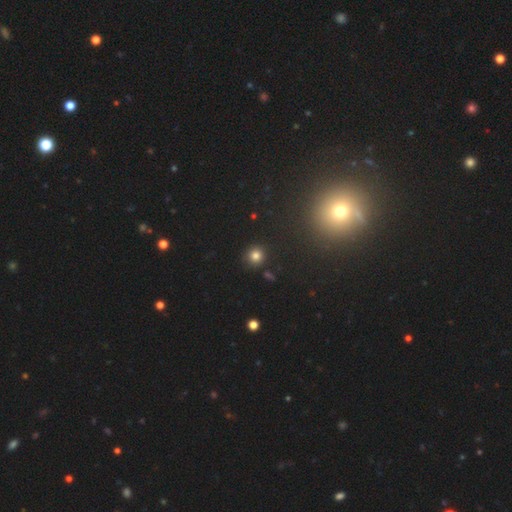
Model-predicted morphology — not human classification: type=smooth (79%); roundness=round (93%); merging=none (90%).